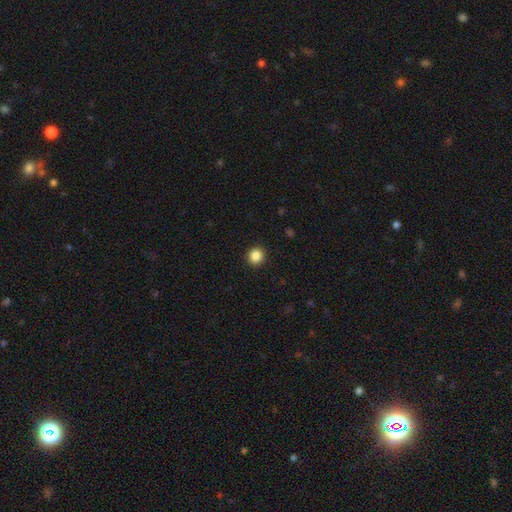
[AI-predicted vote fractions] Smooth or featured: smooth — 86% (star or artifact — 10%)
How rounded: round — 93% (in between — 6%)
Merging: none — 92% (minor disturbance — 5%)